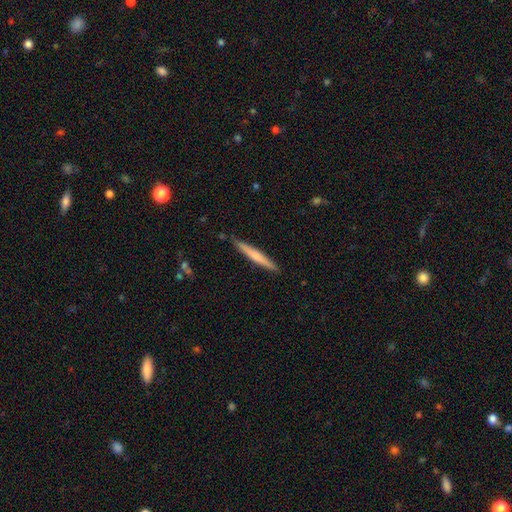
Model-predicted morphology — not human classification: Smooth or featured?
  - smooth: 60% *
  - featured or disk: 35%
  - star or artifact: 5%
How rounded?
  - cigar-shaped: 96% *
  - in between: 3%
  - round: 1%
Merging?
  - none: 88% *
  - minor disturbance: 9%
  - major disturbance: 1%
  - merger: 1%